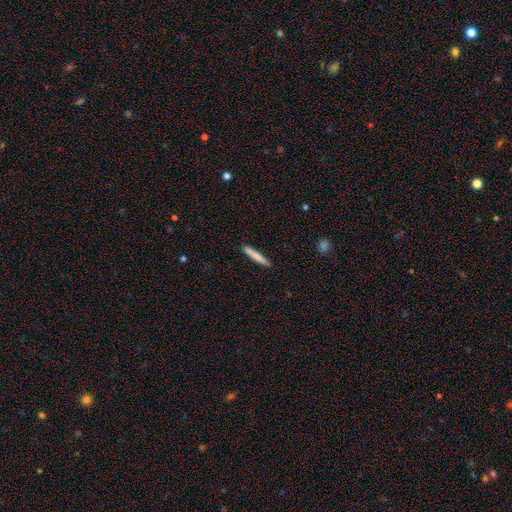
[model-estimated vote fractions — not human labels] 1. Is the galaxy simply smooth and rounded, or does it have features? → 76% smooth, 18% featured or disk, 6% star or artifact.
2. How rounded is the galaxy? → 95% cigar-shaped, 3% in between, 1% round.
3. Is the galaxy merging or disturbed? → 90% none, 7% minor disturbance, 1% major disturbance, 1% merger.